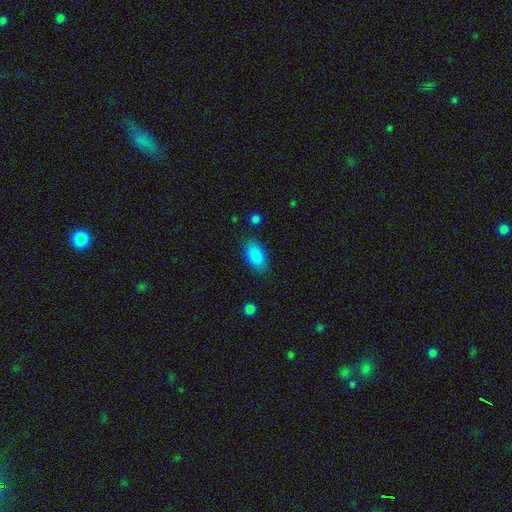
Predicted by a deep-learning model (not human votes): Smooth or featured? smooth (88%)
How rounded? in between (92%)
Merging? none (83%)